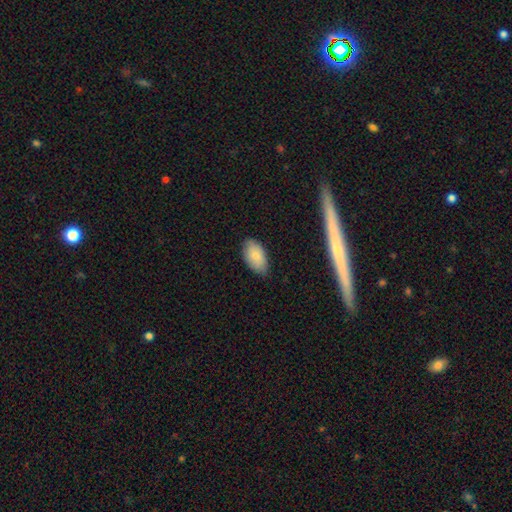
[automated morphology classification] type=smooth (79%); roundness=in between (94%); merging=none (79%).